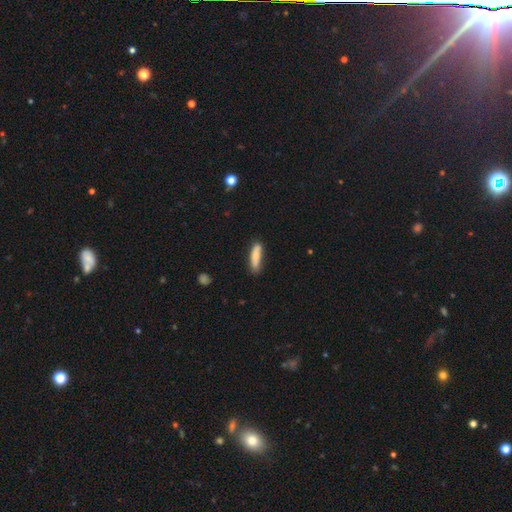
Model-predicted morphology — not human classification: Smooth or featured: smooth — 78% (featured or disk — 16%)
How rounded: cigar-shaped — 70% (in between — 29%)
Merging: none — 77% (minor disturbance — 17%)